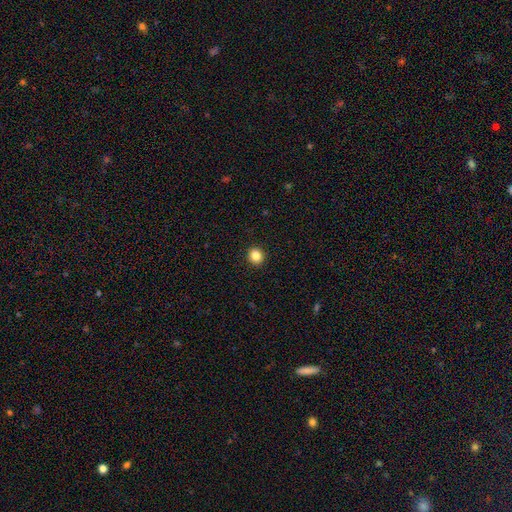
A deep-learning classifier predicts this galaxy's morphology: Overall: smooth (85%). How rounded: round (89%). Merging: none (93%).